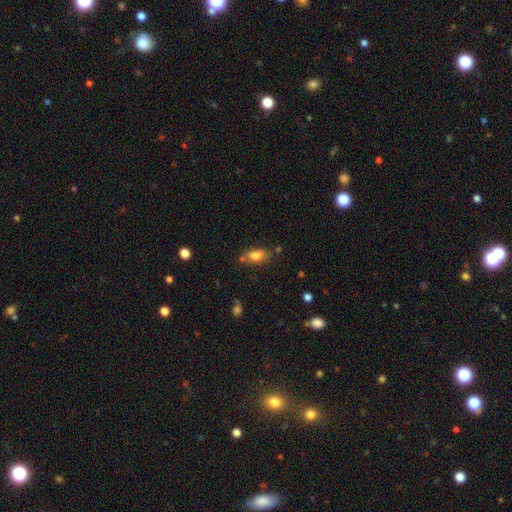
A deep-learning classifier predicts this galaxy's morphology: smooth-or-featured: smooth: 77% | featured or disk: 14% | star or artifact: 9%
  how-rounded: in between: 84% | cigar-shaped: 9% | round: 7%
  merging: none: 66% | minor disturbance: 18% | merger: 12% | major disturbance: 5%